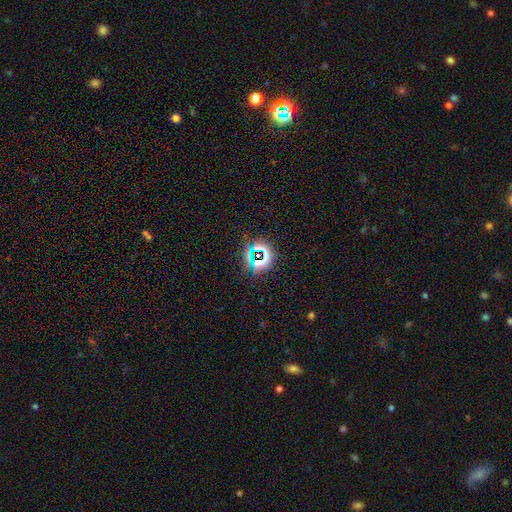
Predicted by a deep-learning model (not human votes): smooth_or_featured: star or artifact (p=0.73) [alt: smooth p=0.19]